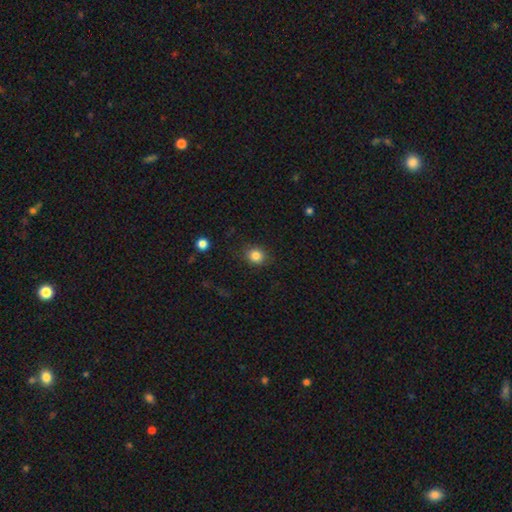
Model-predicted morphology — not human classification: Smooth or featured? Predicted: smooth (p=0.84). How rounded? Predicted: round (p=0.76). Merging? Predicted: none (p=0.84).